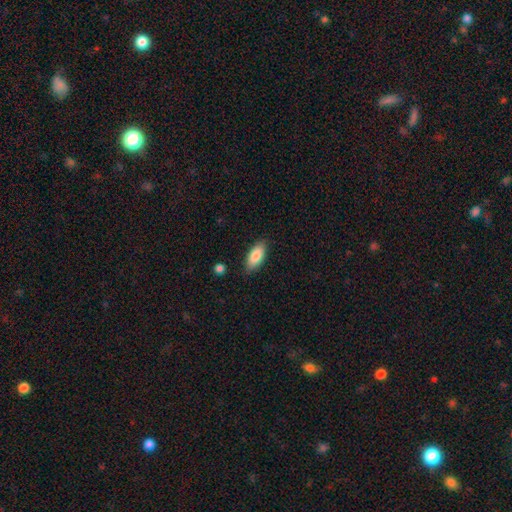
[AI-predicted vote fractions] Smooth or featured? Predicted: smooth (p=0.85). How rounded? Predicted: in between (p=0.85). Merging? Predicted: none (p=0.85).